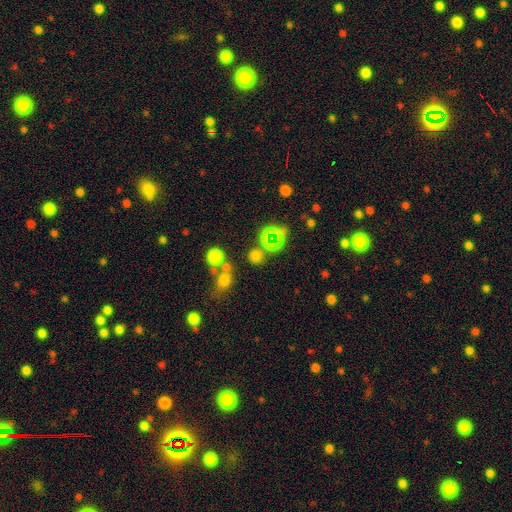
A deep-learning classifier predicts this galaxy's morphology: The model was most divided on "smooth or featured": smooth: 56%, star or artifact: 37%, featured or disk: 8%. More confident: how rounded — round (82%); merging — none (69%).